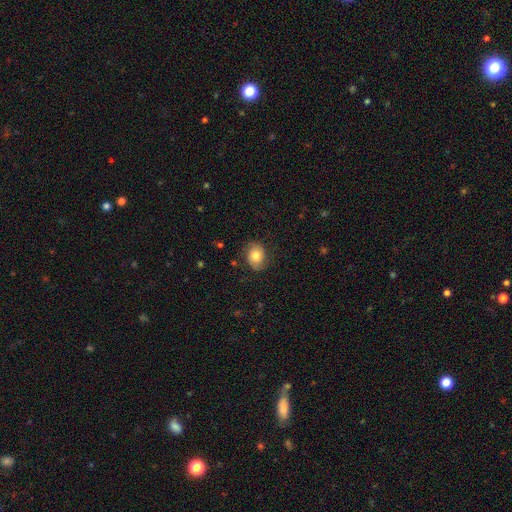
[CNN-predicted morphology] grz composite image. It shows a smooth galaxy with no disk features (67%) that is in between round and cigar-shaped (53%). Merging: none (77%).